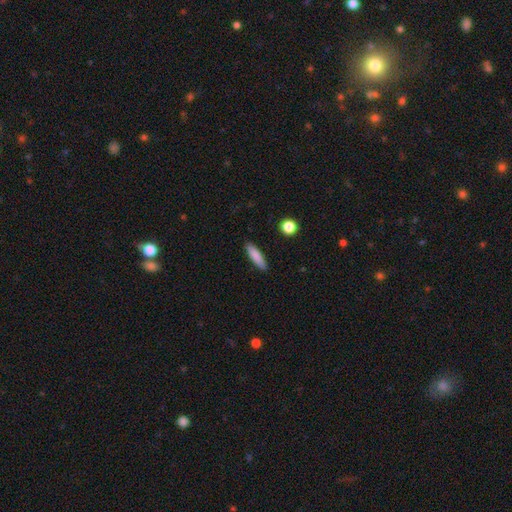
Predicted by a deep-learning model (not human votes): The model was most divided on "how rounded": cigar-shaped: 74%, in between: 24%, round: 2%. More confident: merging — none (89%); smooth or featured — smooth (84%).